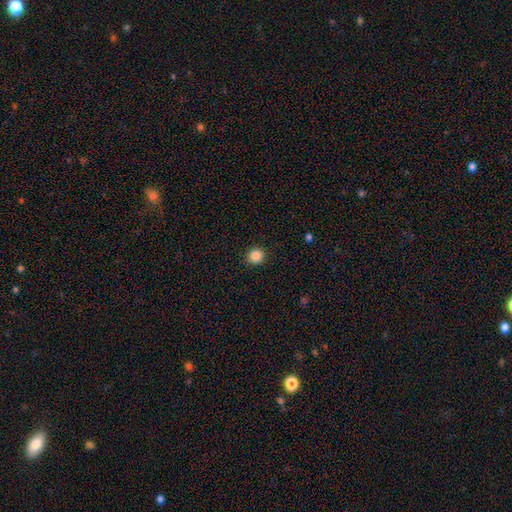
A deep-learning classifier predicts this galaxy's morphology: Smooth or featured? smooth (86%)
How rounded? round (92%)
Merging? none (92%)